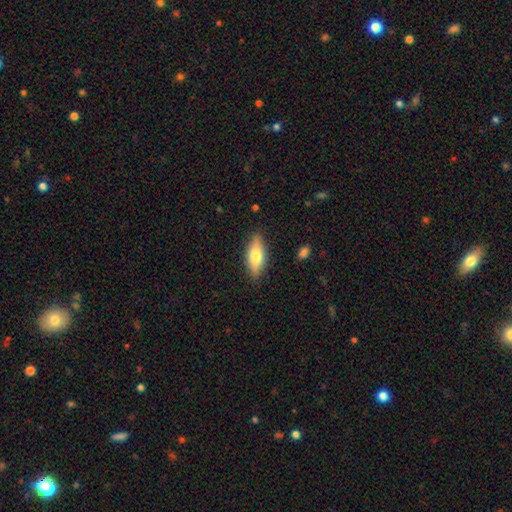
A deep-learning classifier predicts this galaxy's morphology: This appears to be a smooth galaxy with no disk features (68%) that is in between round and cigar-shaped (68%). Merging: none (86%).